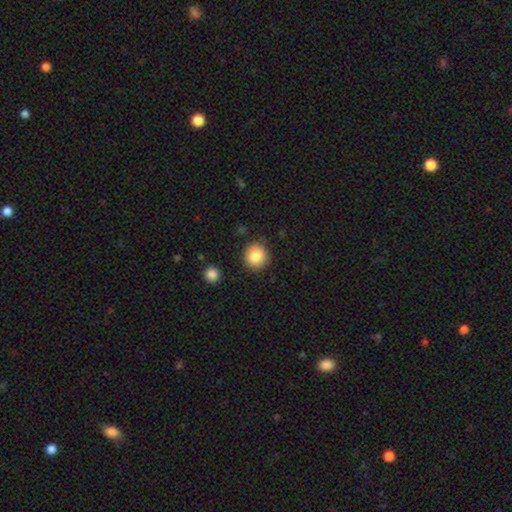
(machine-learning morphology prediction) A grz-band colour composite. It shows a smooth galaxy with no disk features (85%) that is round (89%). Merging: none (87%).